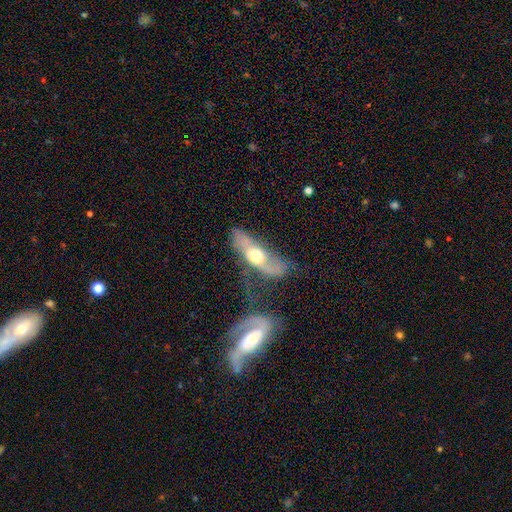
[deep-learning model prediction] Smooth or featured? featured or disk (57%)
Edge-on disk? no (68%)
Merging? none (41%)